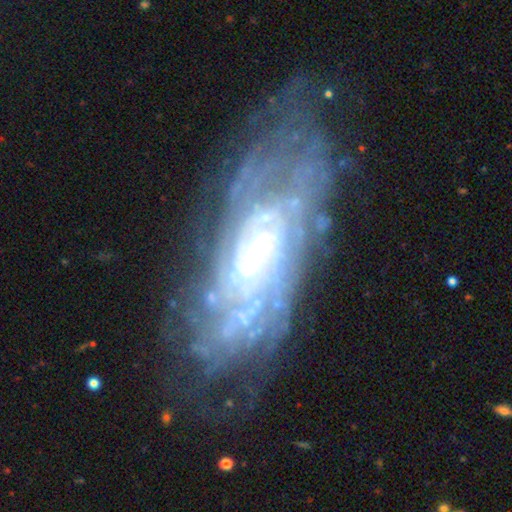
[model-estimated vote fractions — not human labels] This appears to be a featured or disk galaxy (86%) with no bar (46%), tight (75%) spiral arms (94%) and a small central bulge (66%). Merging: none (69%).